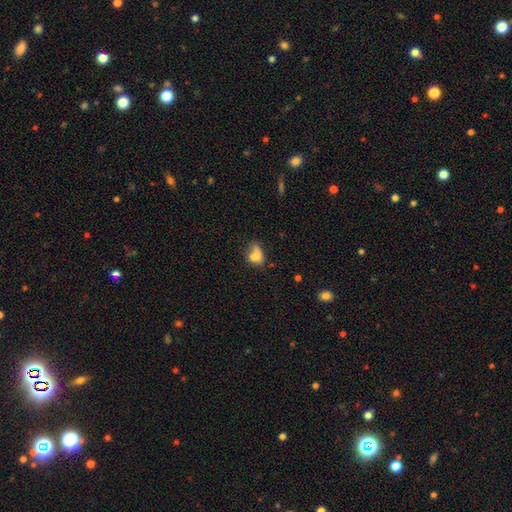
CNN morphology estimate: This appears to be a smooth galaxy with no disk features (72%) that is in between round and cigar-shaped (72%). Merging: none (30%).